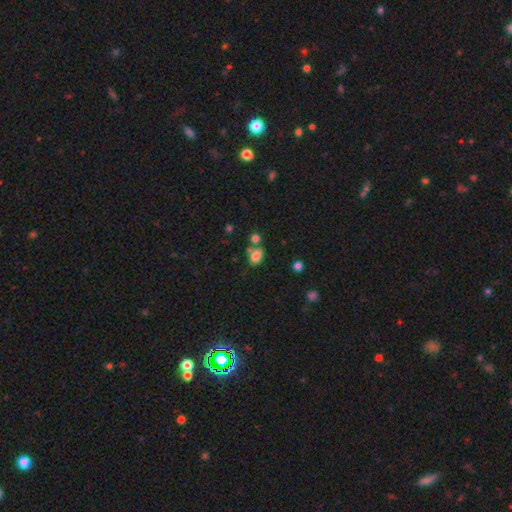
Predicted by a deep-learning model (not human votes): Smooth or featured? smooth (80%)
How rounded? in between (74%)
Merging? none (58%)